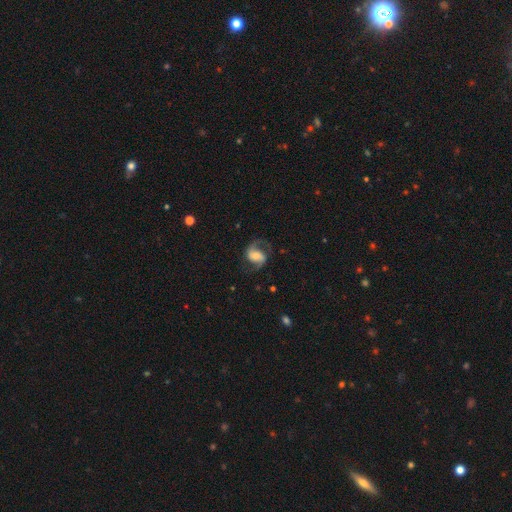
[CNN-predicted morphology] Smooth or featured? featured or disk (81%)
Edge-on disk? no (97%)
Bar? weak (40%)
Spiral arms? yes (96%)
Spiral winding? medium (49%)
Spiral arm count? 2 (90%)
Bulge size? moderate (47%)
Merging? none (73%)